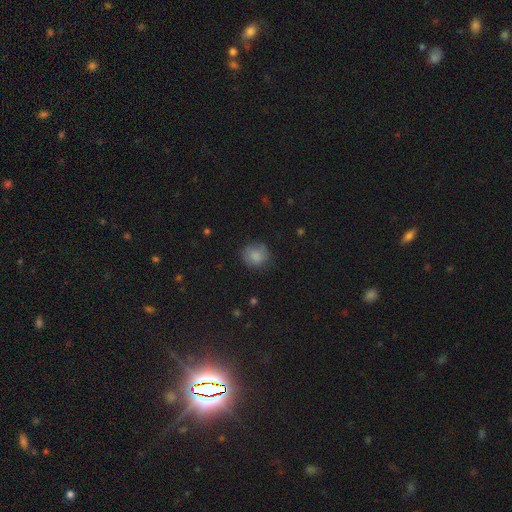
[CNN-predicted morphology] A smooth galaxy with no disk features (82%) that is round (83%). Merging: none (74%).